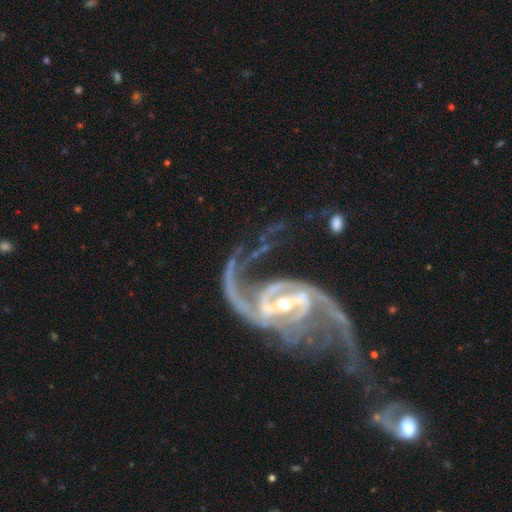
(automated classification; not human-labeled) This appears to be a featured or disk galaxy (93%) with a strong bar (45%), 2 (87%) loose (54%) spiral arms (98%) and a small central bulge (62%). Merging: none (38%).